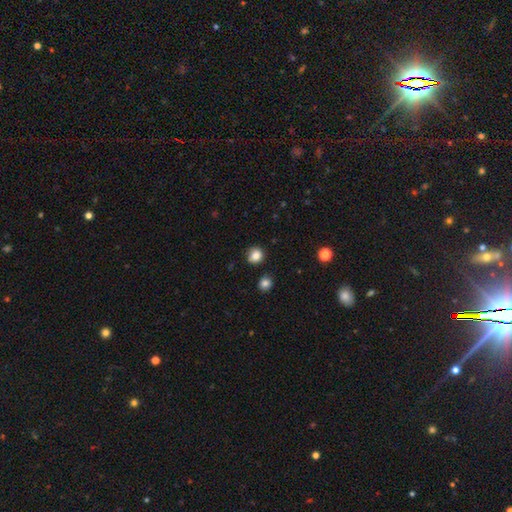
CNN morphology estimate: This appears to be a smooth galaxy with no disk features (86%) that is round (81%). Merging: none (84%).